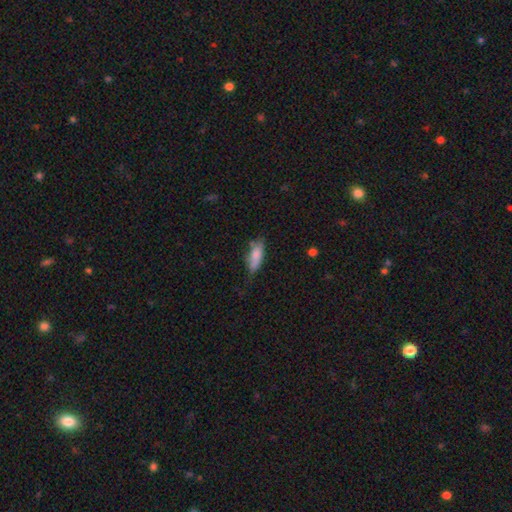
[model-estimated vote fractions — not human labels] Overall: smooth (78%). How rounded: in between (72%). Merging: none (46%; minor disturbance 36%).